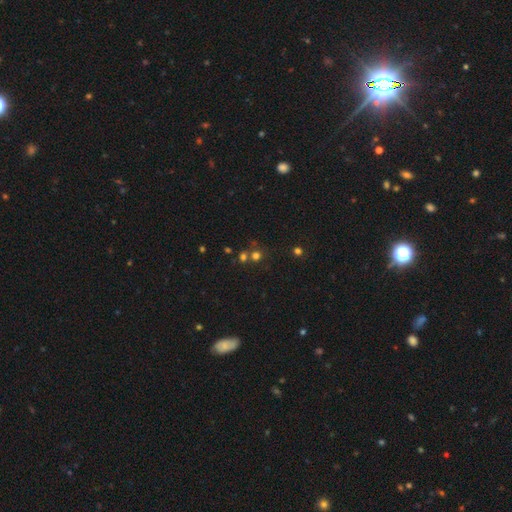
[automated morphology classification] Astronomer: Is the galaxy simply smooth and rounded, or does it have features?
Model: smooth — 63%.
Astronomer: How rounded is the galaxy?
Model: round — 89%.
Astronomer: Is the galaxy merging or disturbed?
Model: none — 61%.